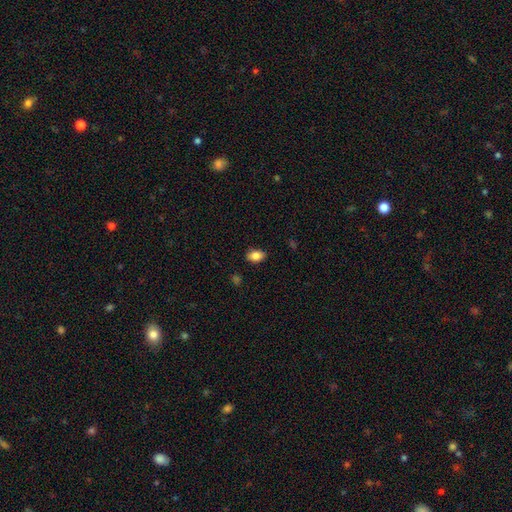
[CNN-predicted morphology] Smooth or featured: smooth — 86% (star or artifact — 8%)
How rounded: in between — 85% (round — 13%)
Merging: none — 86% (minor disturbance — 11%)